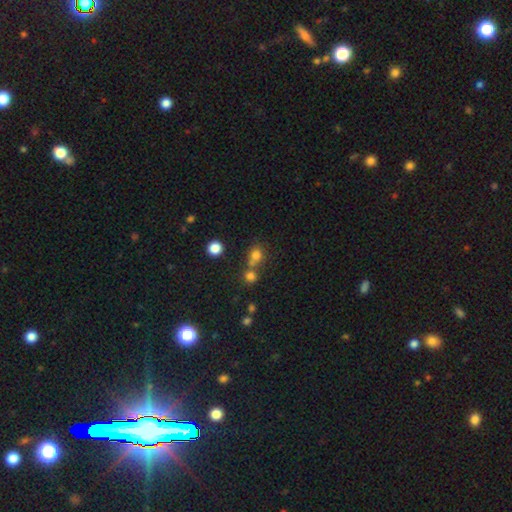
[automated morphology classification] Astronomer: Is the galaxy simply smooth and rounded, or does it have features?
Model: smooth — 75%.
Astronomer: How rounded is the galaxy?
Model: round — 75%.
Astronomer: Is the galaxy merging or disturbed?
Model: none — 51% (runner-up: merger, 37%).